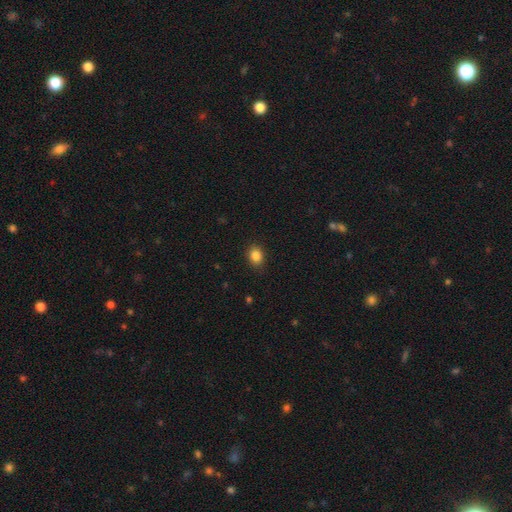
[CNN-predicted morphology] type=smooth (86%); roundness=in between (60%); merging=none (86%).